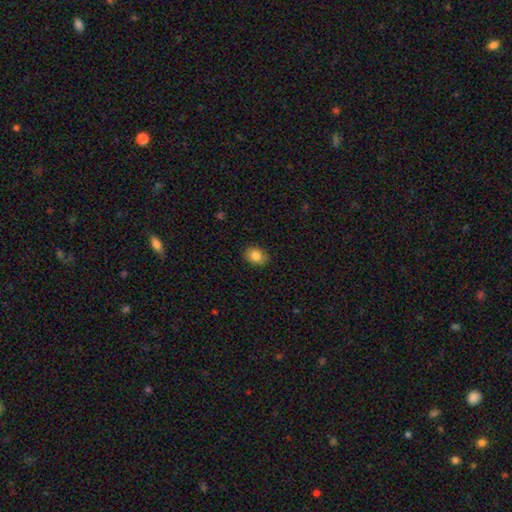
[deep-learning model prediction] Smooth or featured? Predicted: smooth (p=0.85). How rounded? Predicted: in between (p=0.54). Merging? Predicted: none (p=0.87).